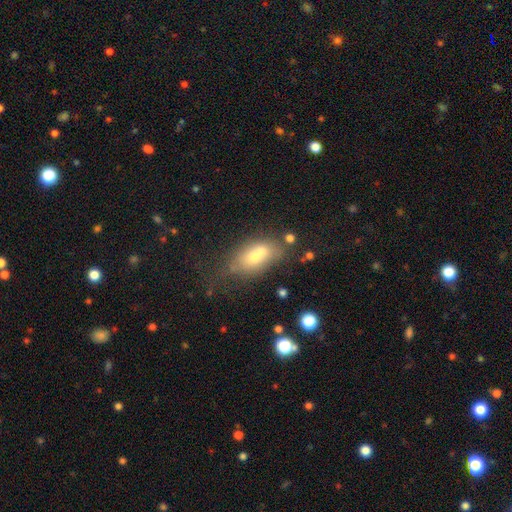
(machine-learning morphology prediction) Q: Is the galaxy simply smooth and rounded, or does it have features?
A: smooth — 61%.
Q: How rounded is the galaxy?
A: in between — 84%.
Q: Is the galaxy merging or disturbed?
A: merger — 36%.